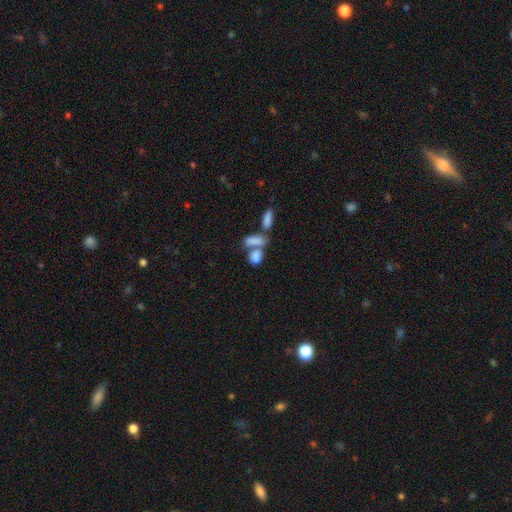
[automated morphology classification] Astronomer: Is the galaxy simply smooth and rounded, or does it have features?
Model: smooth — 79%.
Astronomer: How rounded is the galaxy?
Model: in between — 76%.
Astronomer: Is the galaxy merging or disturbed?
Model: merger — 54% (runner-up: none, 31%).